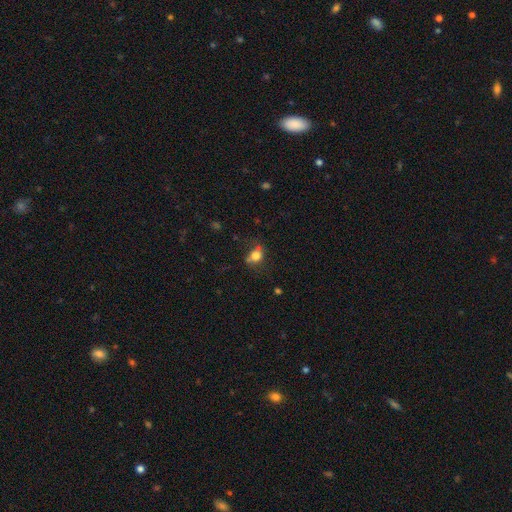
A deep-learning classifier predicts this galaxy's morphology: A smooth galaxy with no disk features (74%) that is in between round and cigar-shaped (64%).

Vote fractions:
- Smooth or featured? smooth: 74% / featured or disk: 15% / star or artifact: 11%
- How rounded? in between: 64% / round: 34% / cigar-shaped: 2%
- Merging? none: 54% / minor disturbance: 28% / major disturbance: 15% / merger: 3%